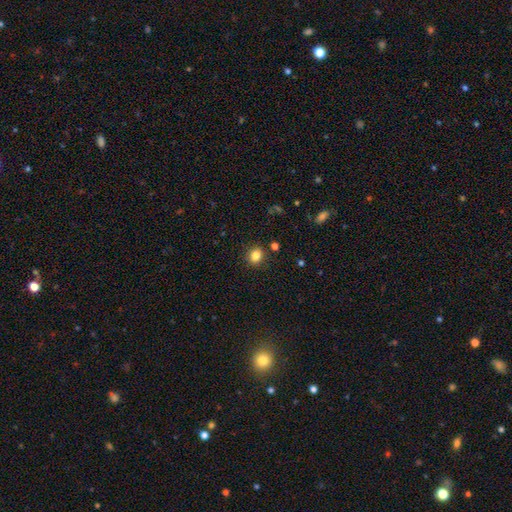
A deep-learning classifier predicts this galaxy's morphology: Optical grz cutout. It shows a smooth galaxy with no disk features (83%) that is round (71%). Merging: none (88%).